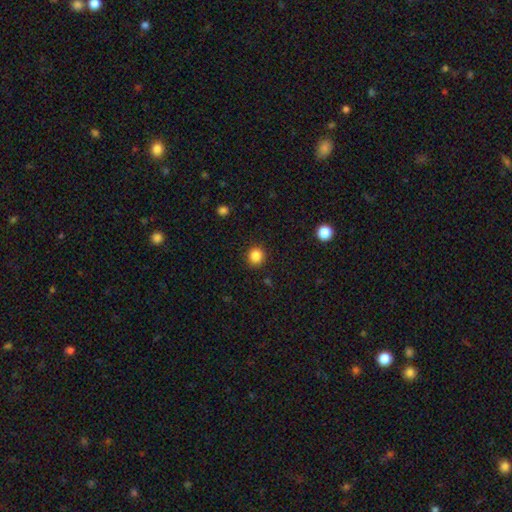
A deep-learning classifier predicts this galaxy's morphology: This appears to be a smooth galaxy with no disk features (85%) that is round (90%). Merging: none (90%).